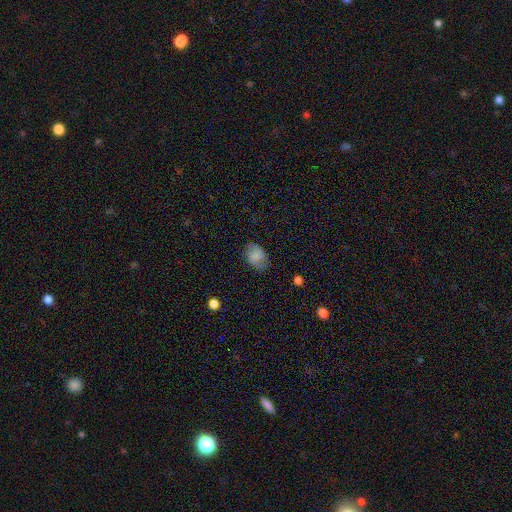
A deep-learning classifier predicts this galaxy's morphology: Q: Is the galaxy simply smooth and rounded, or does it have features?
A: smooth — 70%.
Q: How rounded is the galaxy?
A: in between — 78%.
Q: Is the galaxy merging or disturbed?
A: none — 72%.